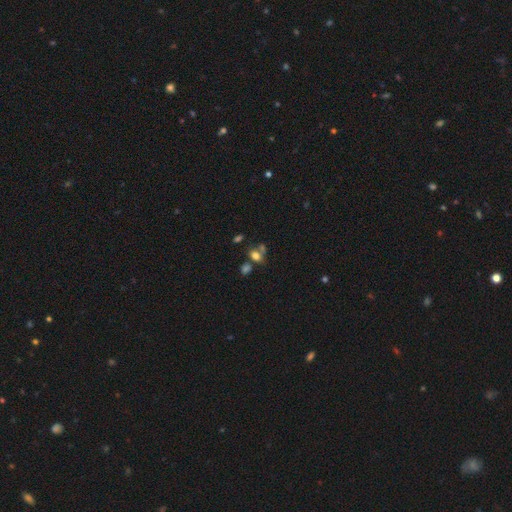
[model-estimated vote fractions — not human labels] This appears to be a smooth galaxy with no disk features (68%) that is in between round and cigar-shaped (58%). Merging: none (46%).